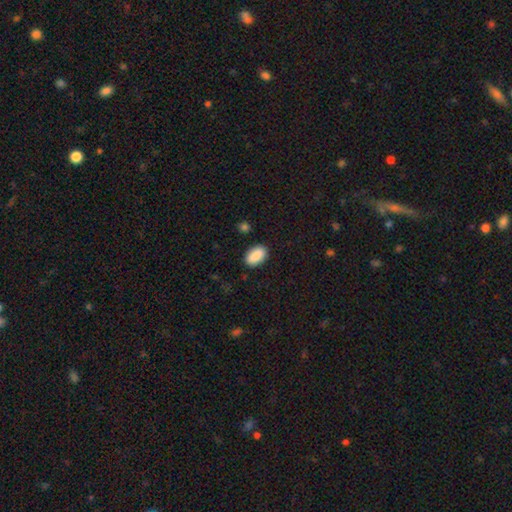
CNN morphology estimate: This appears to be a smooth galaxy with no disk features (89%) that is in between round and cigar-shaped (92%). Merging: none (88%).